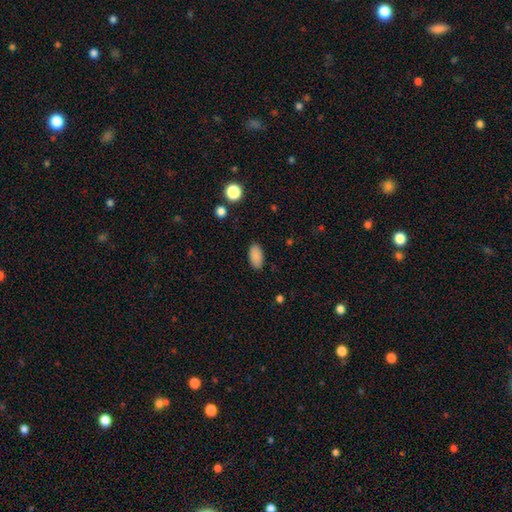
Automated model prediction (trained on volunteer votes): Smooth or featured? Predicted: smooth (p=0.89). How rounded? Predicted: in between (p=0.94). Merging? Predicted: none (p=0.88).